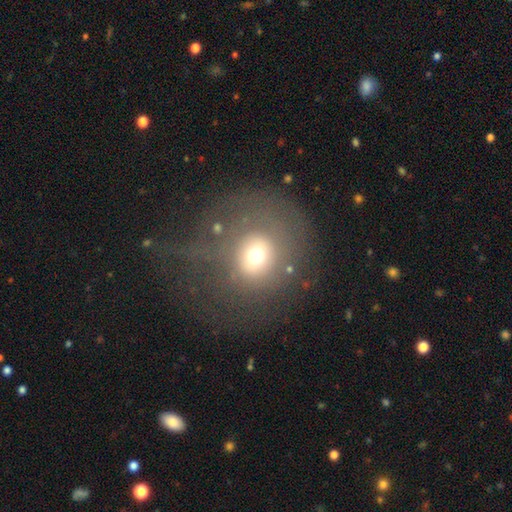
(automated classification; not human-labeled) Morphology: type=smooth (58%); roundness=round (83%); merging=none (46%).